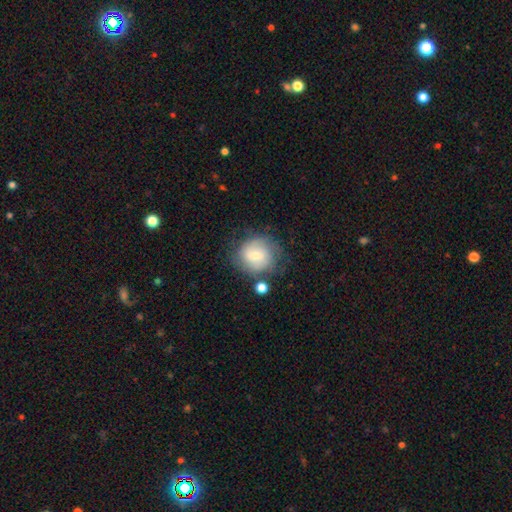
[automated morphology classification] Q: Smooth or featured?
A: smooth (54%); runner-up: featured or disk (38%)
Q: How rounded?
A: round (80%); runner-up: in between (19%)
Q: Merging?
A: none (65%); runner-up: minor disturbance (19%)